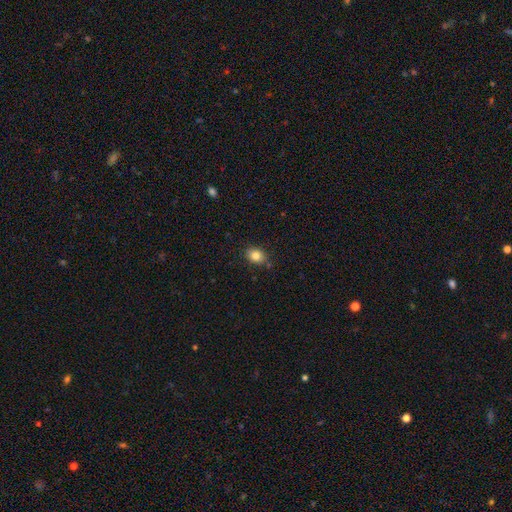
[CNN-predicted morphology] This appears to be a smooth galaxy with no disk features (83%) that is in between round and cigar-shaped (59%). Merging: none (80%).